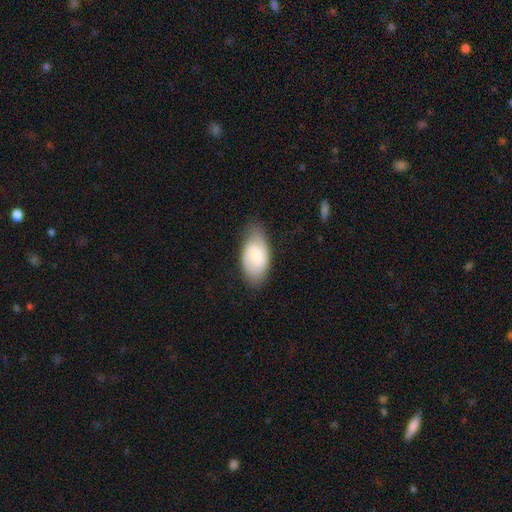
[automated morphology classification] Overall: smooth (49%; featured or disk 44%). Merging: none (71%).